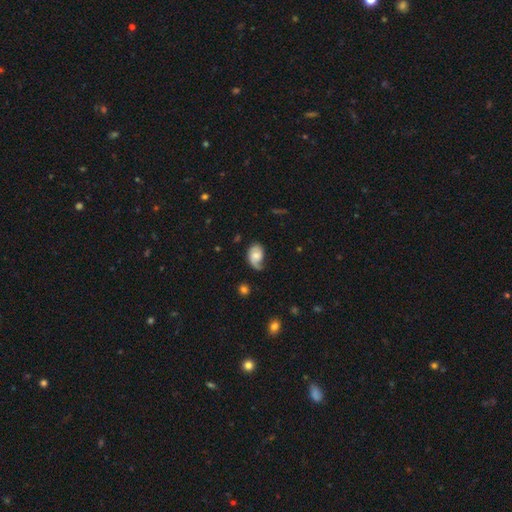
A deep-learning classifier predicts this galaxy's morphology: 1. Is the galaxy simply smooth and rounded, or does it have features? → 51% featured or disk, 41% smooth, 7% star or artifact.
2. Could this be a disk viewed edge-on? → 96% no, 4% yes.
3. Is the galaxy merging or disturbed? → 47% none, 33% minor disturbance, 17% major disturbance, 2% merger.